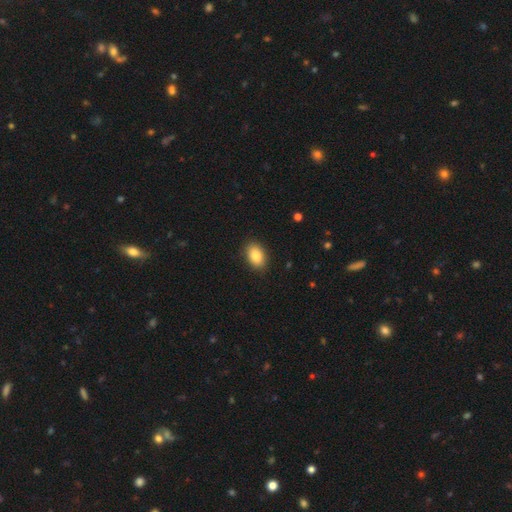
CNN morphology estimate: A smooth galaxy with no disk features (86%) that is in between round and cigar-shaped (87%). Merging: none (88%).